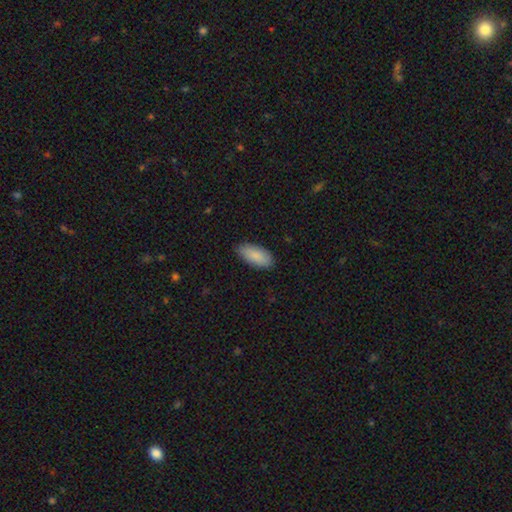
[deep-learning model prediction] Q: Smooth or featured?
A: smooth (89%); runner-up: featured or disk (6%)
Q: How rounded?
A: in between (89%); runner-up: cigar-shaped (9%)
Q: Merging?
A: none (86%); runner-up: minor disturbance (11%)